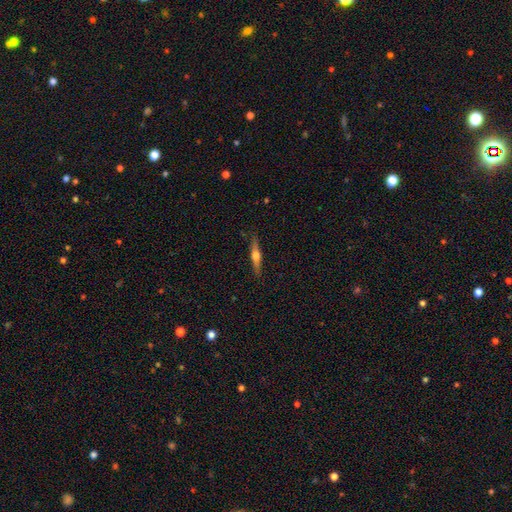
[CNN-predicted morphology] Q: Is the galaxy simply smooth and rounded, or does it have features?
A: featured or disk — 61%.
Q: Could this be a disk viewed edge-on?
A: yes — 97%.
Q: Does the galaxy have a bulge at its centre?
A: rounded — 90%.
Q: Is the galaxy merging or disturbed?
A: none — 88%.